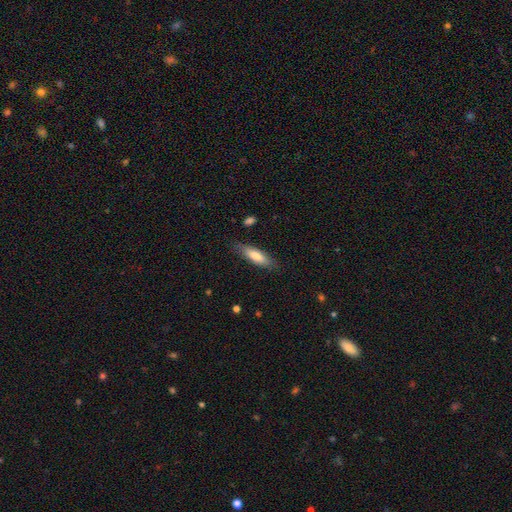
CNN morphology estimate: smooth 75%, featured or disk 19%, star or artifact 6%. Down the decision tree: how rounded — cigar-shaped (61%); merging — none (83%).